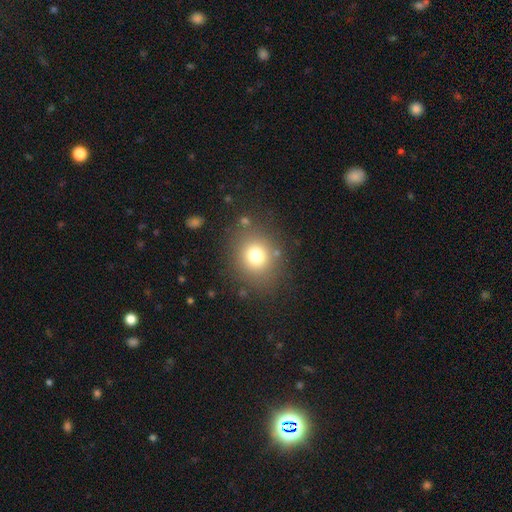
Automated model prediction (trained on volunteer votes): smooth_or_featured: smooth (p=0.75) [alt: star or artifact p=0.15]
how_rounded: round (p=0.79) [alt: in between p=0.21]
merging: none (p=0.82) [alt: minor disturbance p=0.10]